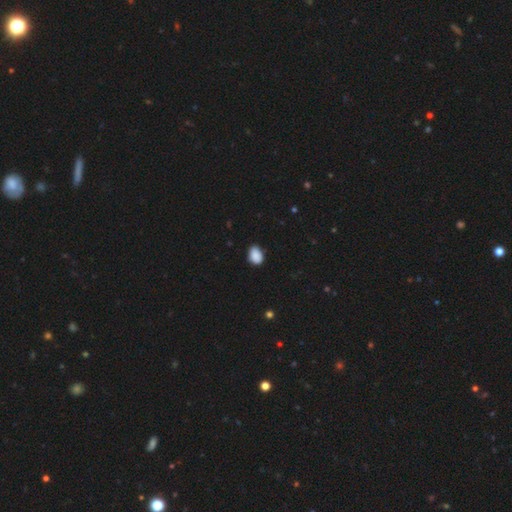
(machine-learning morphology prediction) The model was most divided on "how rounded": in between: 79%, round: 20%, cigar-shaped: 1%. More confident: smooth or featured — smooth (89%); merging — none (80%).